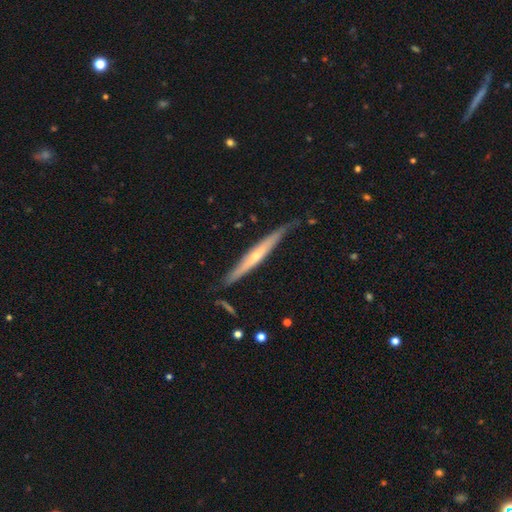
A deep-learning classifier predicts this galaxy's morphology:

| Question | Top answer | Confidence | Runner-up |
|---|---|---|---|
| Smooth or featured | featured or disk | 67% | smooth (28%) |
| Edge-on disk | yes | 93% | no (7%) |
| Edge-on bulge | rounded | 60% | none (37%) |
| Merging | none | 77% | minor disturbance (18%) |